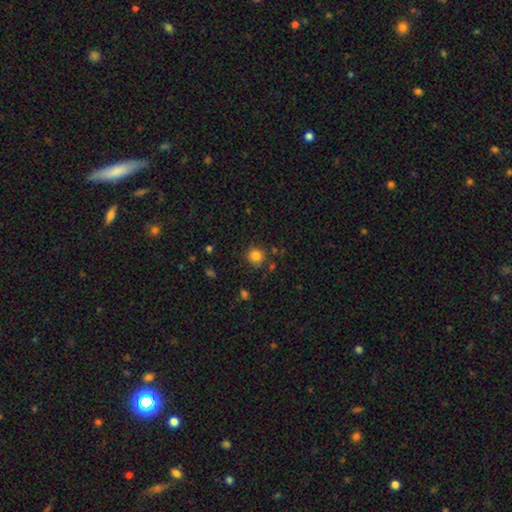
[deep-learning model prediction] The model was most divided on "merging": none: 77%, minor disturbance: 14%, major disturbance: 5%, merger: 4%. More confident: how rounded — round (89%); smooth or featured — smooth (83%).